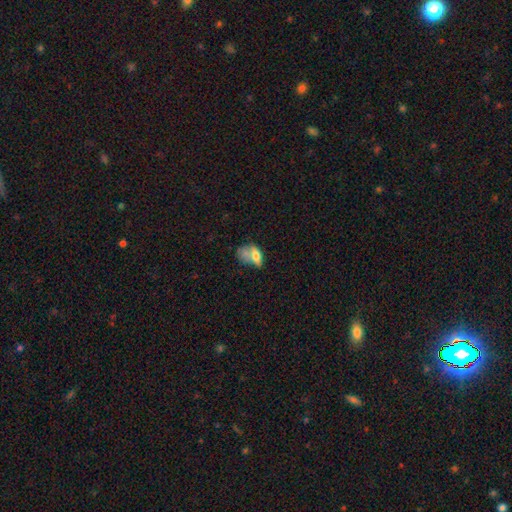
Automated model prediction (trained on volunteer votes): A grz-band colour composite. It shows a smooth galaxy with no disk features (64%) that is in between round and cigar-shaped (78%). Merging: merger (33%).